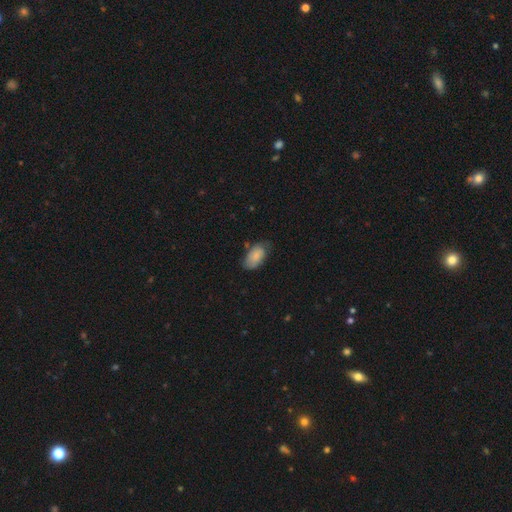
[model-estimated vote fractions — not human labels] Q: Smooth or featured?
A: smooth (78%); runner-up: featured or disk (15%)
Q: How rounded?
A: in between (94%); runner-up: round (4%)
Q: Merging?
A: none (59%); runner-up: minor disturbance (31%)